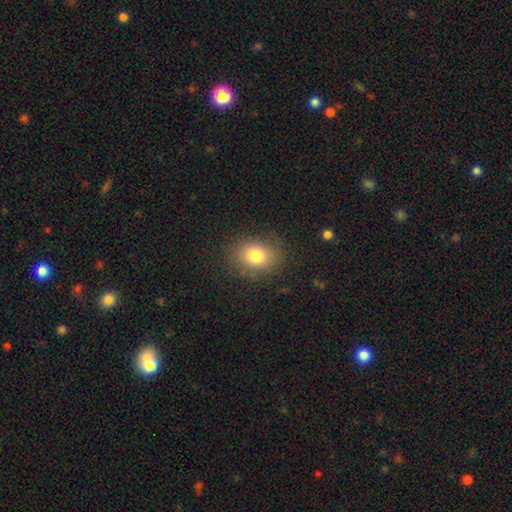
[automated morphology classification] Overall: smooth (79%). How rounded: in between (54%; round 45%). Merging: none (83%).